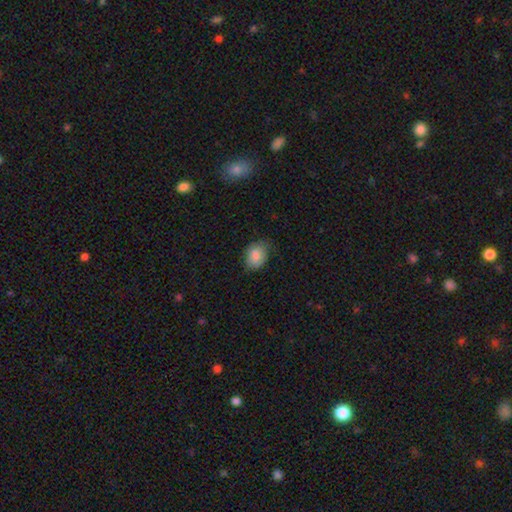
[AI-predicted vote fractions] A smooth galaxy with no disk features (84%) that is in between round and cigar-shaped (72%). Merging: none (69%).